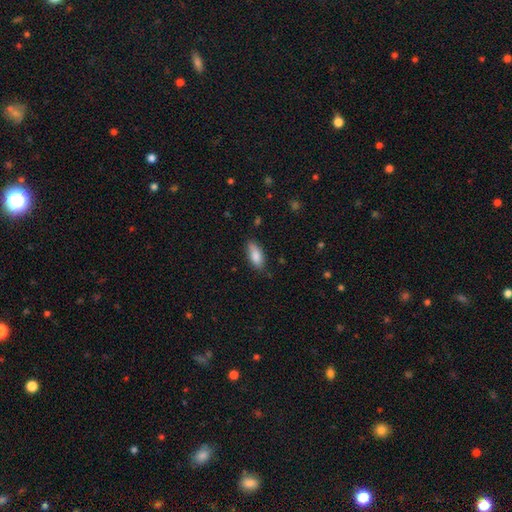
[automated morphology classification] Overall: smooth (85%). How rounded: in between (82%). Merging: none (77%).